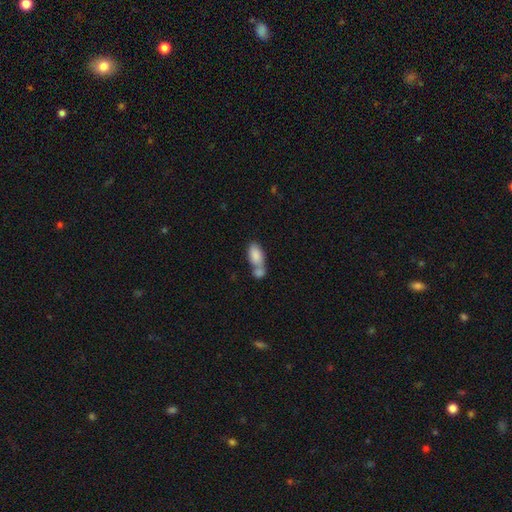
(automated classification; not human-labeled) A smooth galaxy with no disk features (82%) that is in between round and cigar-shaped (90%). Merging: merger (62%).